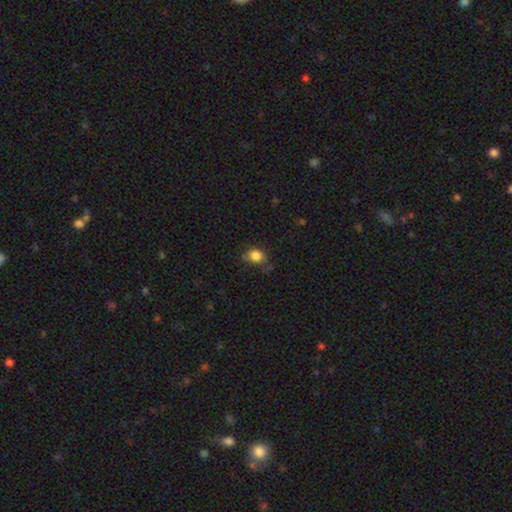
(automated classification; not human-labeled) Q: Smooth or featured?
A: smooth (83%); runner-up: star or artifact (11%)
Q: How rounded?
A: round (57%); runner-up: in between (42%)
Q: Merging?
A: none (62%); runner-up: minor disturbance (26%)